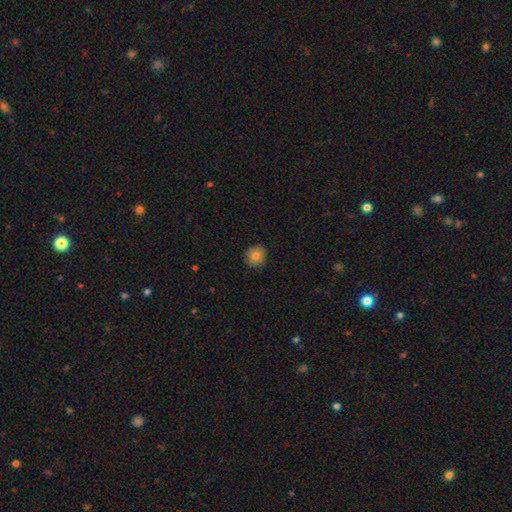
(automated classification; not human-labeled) This appears to be a smooth galaxy with no disk features (81%) that is round (87%). Merging: none (87%).